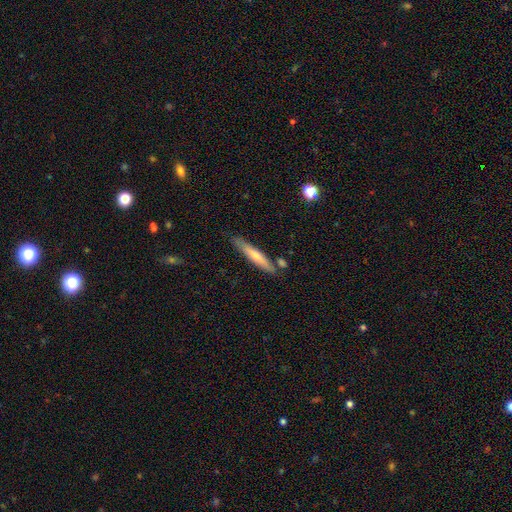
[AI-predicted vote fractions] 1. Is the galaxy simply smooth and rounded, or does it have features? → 51% featured or disk, 42% smooth, 7% star or artifact.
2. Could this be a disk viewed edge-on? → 91% yes, 9% no.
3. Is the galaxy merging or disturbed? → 84% none, 11% minor disturbance, 3% merger, 2% major disturbance.